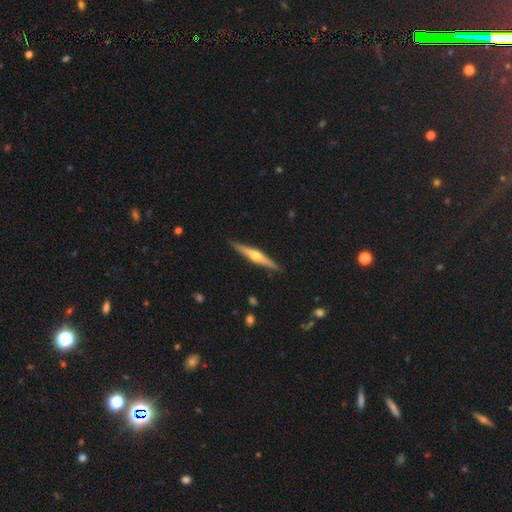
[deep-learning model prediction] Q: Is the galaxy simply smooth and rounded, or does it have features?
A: featured or disk — 73%.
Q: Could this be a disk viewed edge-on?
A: yes — 98%.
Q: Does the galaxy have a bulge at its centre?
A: rounded — 93%.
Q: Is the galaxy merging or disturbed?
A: none — 90%.